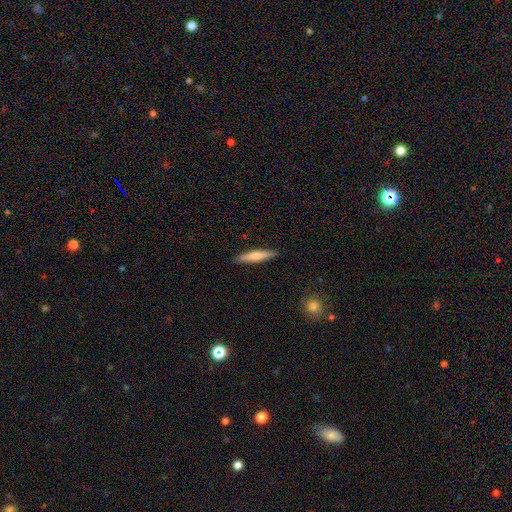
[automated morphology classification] smooth_or_featured: smooth (p=0.72) [alt: featured or disk p=0.23]
how_rounded: cigar-shaped (p=0.88) [alt: in between p=0.11]
merging: none (p=0.90) [alt: minor disturbance p=0.07]